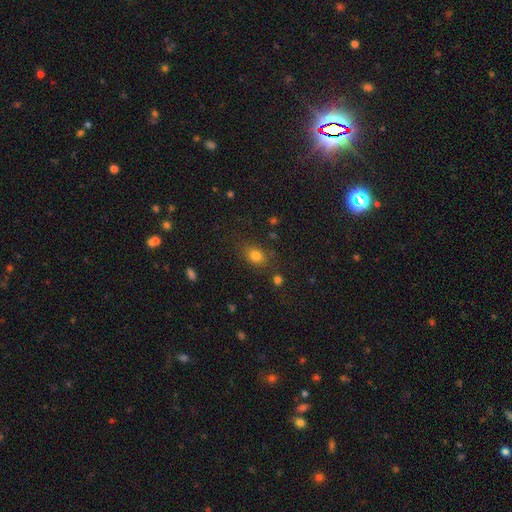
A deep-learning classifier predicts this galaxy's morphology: A smooth galaxy with no disk features (79%) that is in between round and cigar-shaped (61%). Merging: none (77%).